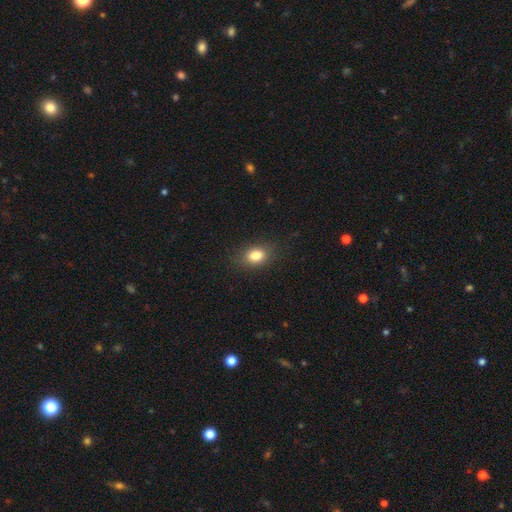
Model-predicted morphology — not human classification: This appears to be a smooth galaxy with no disk features (83%) that is in between round and cigar-shaped (72%). Merging: none (83%).